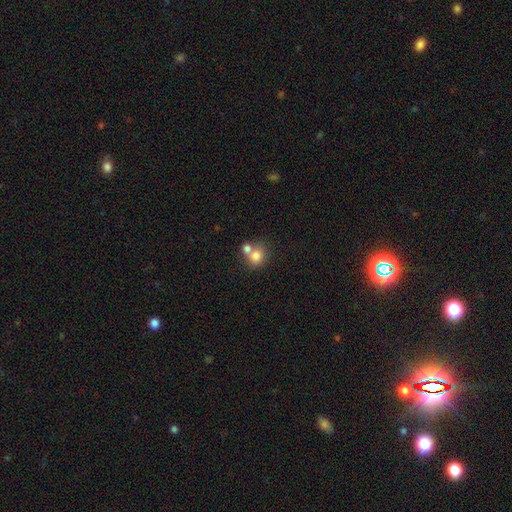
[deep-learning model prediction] Q: Smooth or featured?
A: smooth (78%); runner-up: featured or disk (12%)
Q: How rounded?
A: round (70%); runner-up: in between (29%)
Q: Merging?
A: merger (49%); runner-up: none (40%)